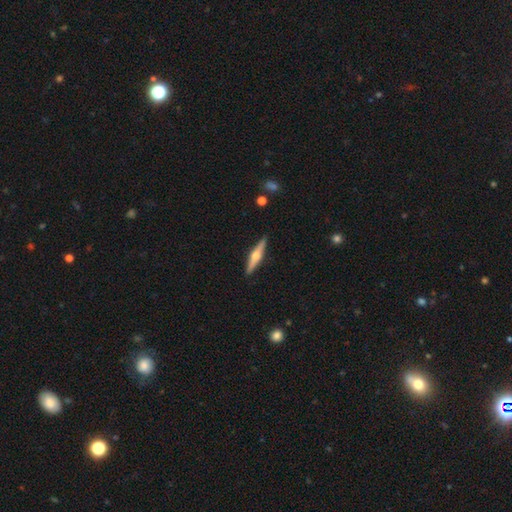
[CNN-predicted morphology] This is likely a featured or disk galaxy (67%). It is clearly viewed edge-on (97%). Edge-on bulge: clearly rounded (93%). Merging: clearly none (91%).